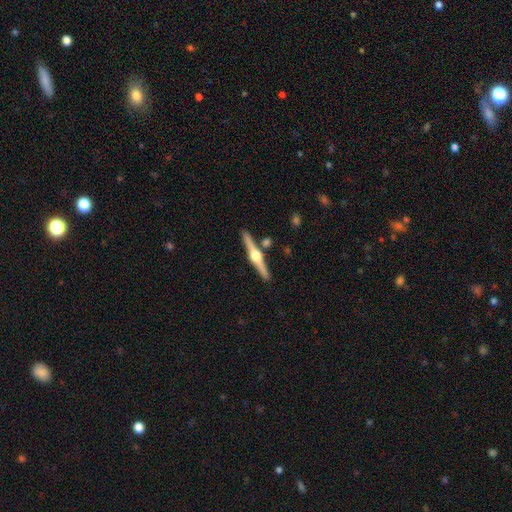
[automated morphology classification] This appears to be a featured or disk galaxy (83%) viewed edge-on (98%) with a rounded central bulge (96%). Merging: none (86%).